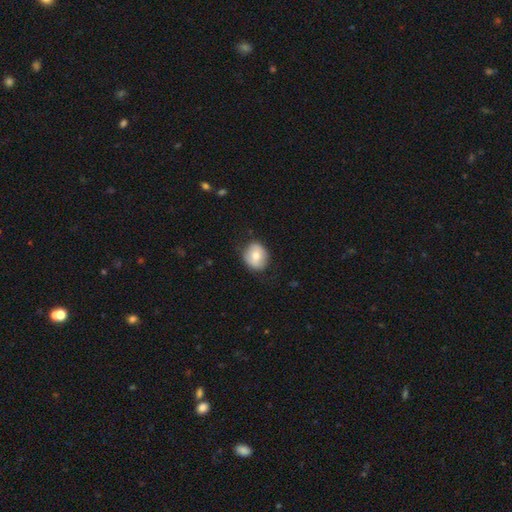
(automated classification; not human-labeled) This appears to be a smooth galaxy with no disk features (70%) that is round (69%). Merging: none (80%).